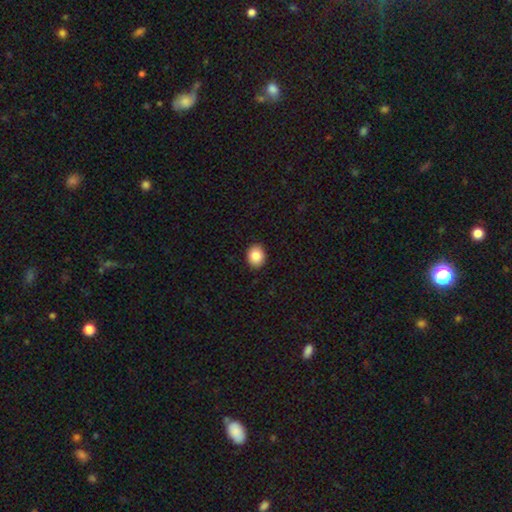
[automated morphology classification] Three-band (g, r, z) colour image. It shows a smooth galaxy with no disk features (86%) that is round (59%). Merging: none (91%).